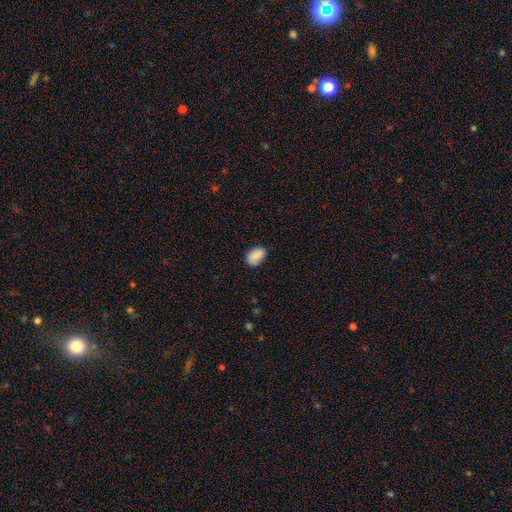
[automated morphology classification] Smooth or featured? smooth (87%)
How rounded? in between (84%)
Merging? none (72%)